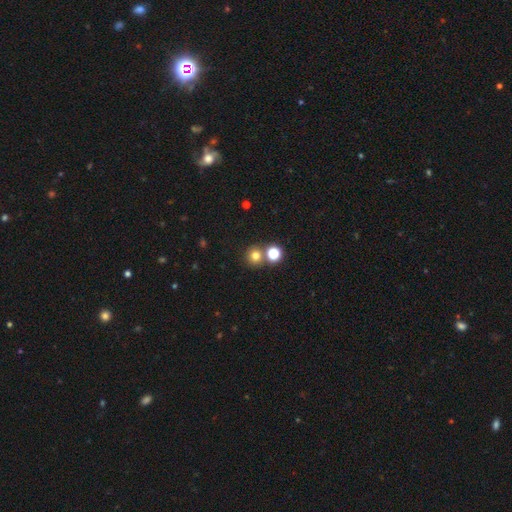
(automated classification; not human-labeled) Q: Smooth or featured?
A: smooth (74%); runner-up: star or artifact (18%)
Q: How rounded?
A: round (92%); runner-up: in between (7%)
Q: Merging?
A: none (71%); runner-up: merger (20%)